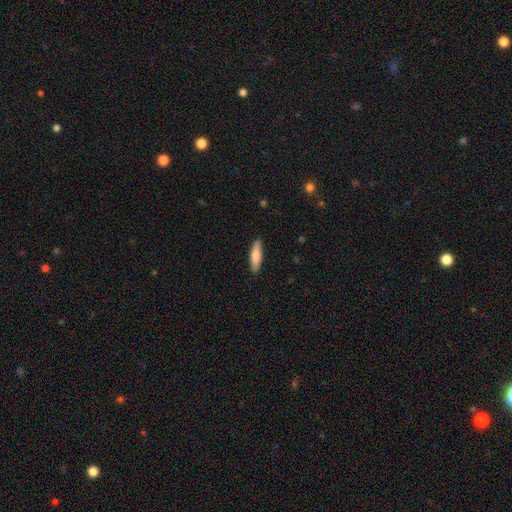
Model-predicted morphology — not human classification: type=smooth (79%); roundness=cigar-shaped (68%); merging=none (88%).